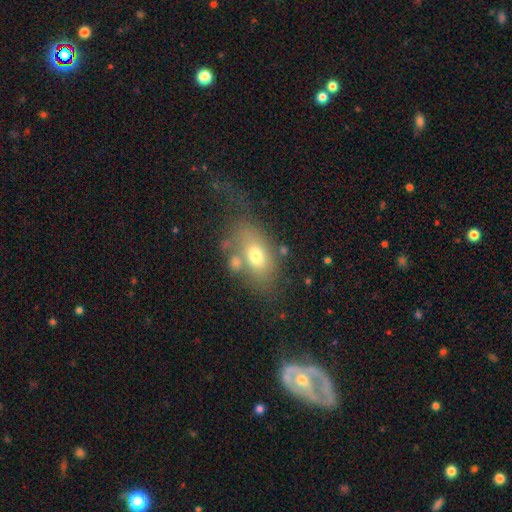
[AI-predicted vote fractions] Smooth or featured? Predicted: smooth (p=0.65). How rounded? Predicted: in between (p=0.83). Merging? Predicted: none (p=0.45).